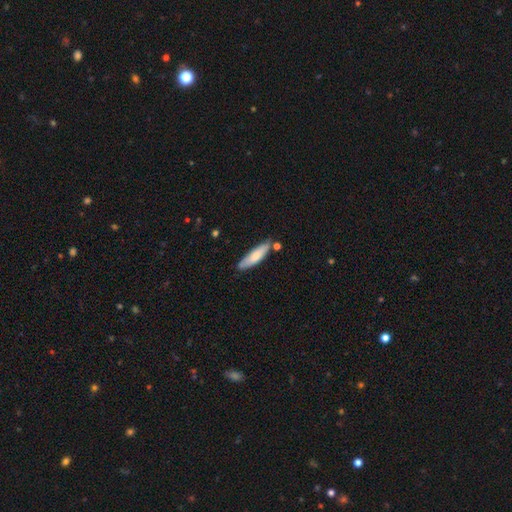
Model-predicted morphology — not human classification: smooth 74%, featured or disk 21%, star or artifact 5%. Down the decision tree: how rounded — cigar-shaped (69%); merging — none (74%).